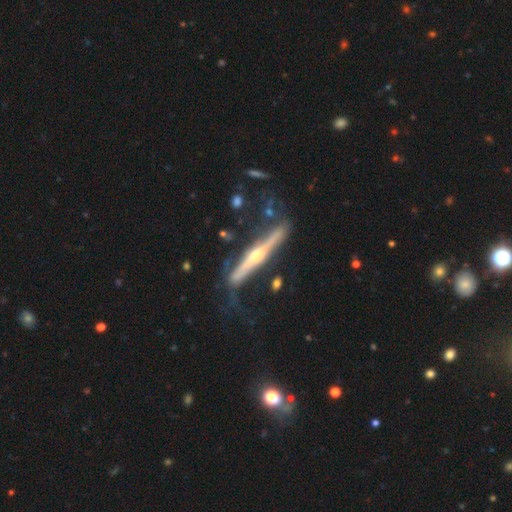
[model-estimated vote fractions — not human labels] smooth_or_featured: featured or disk (p=0.80) [alt: smooth p=0.15]
disk_edge_on: yes (p=0.96) [alt: no p=0.04]
edge_on_bulge: rounded (p=0.84) [alt: none p=0.10]
merging: none (p=0.65) [alt: minor disturbance p=0.22]